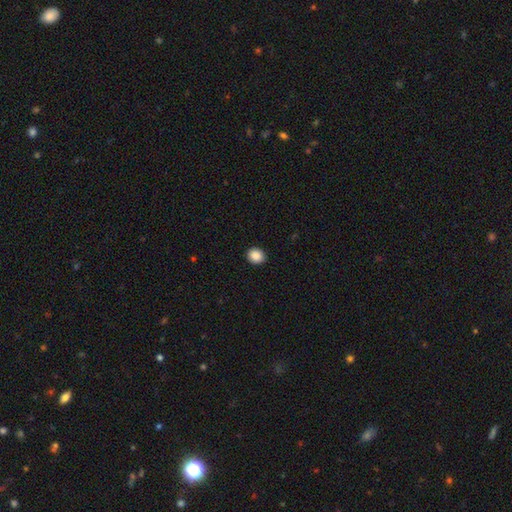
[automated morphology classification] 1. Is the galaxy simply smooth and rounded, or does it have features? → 89% smooth, 9% star or artifact, 3% featured or disk.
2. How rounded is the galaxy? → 76% round, 23% in between, 1% cigar-shaped.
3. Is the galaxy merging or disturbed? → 92% none, 5% minor disturbance, 2% major disturbance, 1% merger.